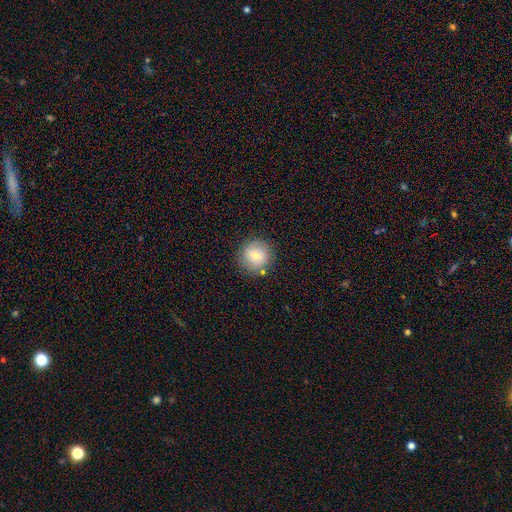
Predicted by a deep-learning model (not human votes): This appears to be a smooth galaxy with no disk features (74%) that is round (94%). Merging: none (84%).